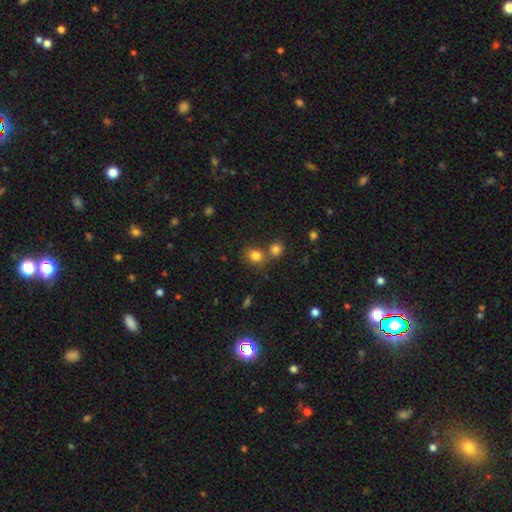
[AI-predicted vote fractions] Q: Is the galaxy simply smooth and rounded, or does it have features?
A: smooth — 81%.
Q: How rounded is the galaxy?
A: round — 64%.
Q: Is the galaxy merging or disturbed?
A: none — 57%.